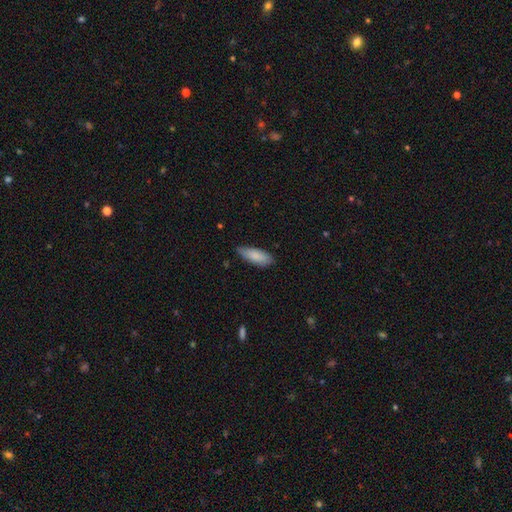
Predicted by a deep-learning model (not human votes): Morphology: type=smooth (86%); roundness=in between (71%); merging=none (70%).